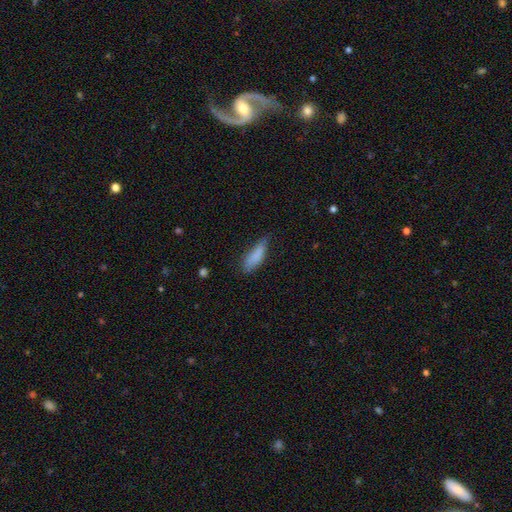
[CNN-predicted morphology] Smooth or featured? Predicted: smooth (p=0.83). How rounded? Predicted: in between (p=0.50). Merging? Predicted: none (p=0.56).